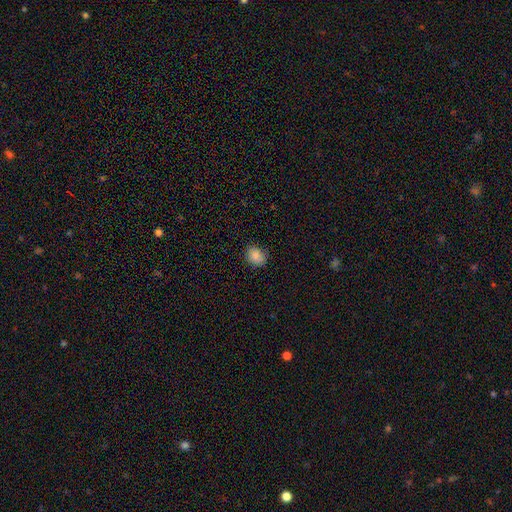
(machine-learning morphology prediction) smooth 85%, star or artifact 10%, featured or disk 5%. Down the decision tree: how rounded — round (61%); merging — none (82%).